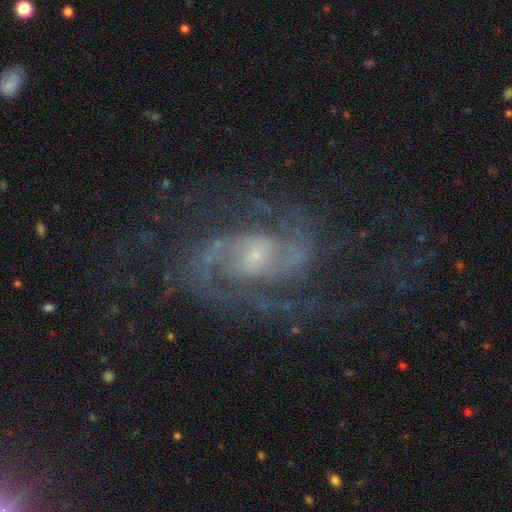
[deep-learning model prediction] This is clearly a featured or disk galaxy (90%). It is clearly not viewed edge-on (97%). Bar: marginally weak (44%). Spiral arm pattern: clearly yes (98%). Spiral arm count: likely 2 (77%). Spiral winding: possibly medium (54%). Central bulge: likely small (67%). Merging: likely none (71%).